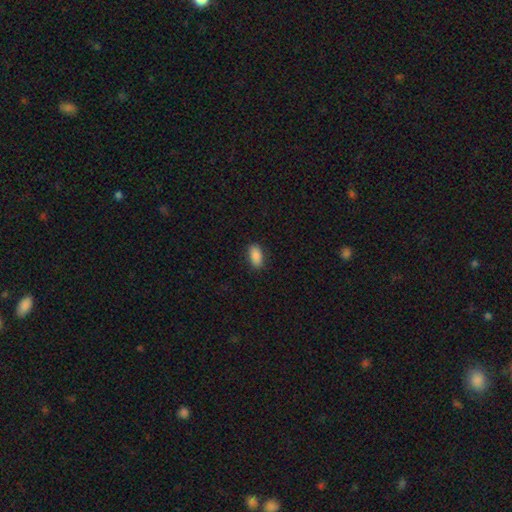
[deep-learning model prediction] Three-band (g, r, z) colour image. It shows a smooth galaxy with no disk features (88%) that is in between round and cigar-shaped (92%). Merging: none (87%).